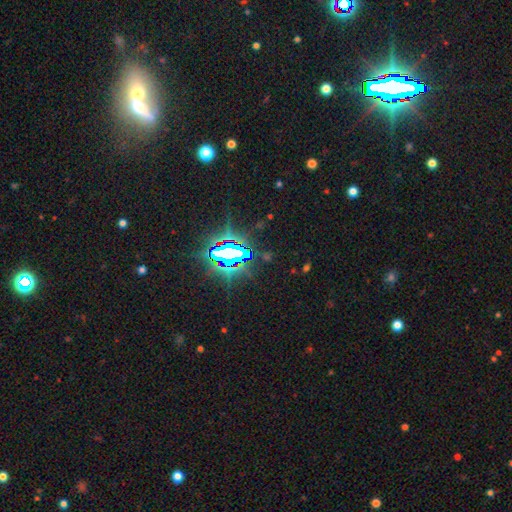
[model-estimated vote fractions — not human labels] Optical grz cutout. It shows a star or artifact, not a galaxy (83%).